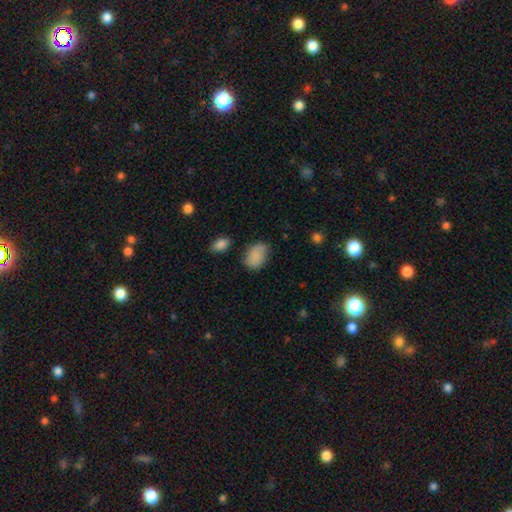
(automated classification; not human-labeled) A smooth galaxy with no disk features (85%) that is in between round and cigar-shaped (83%). Merging: none (65%).